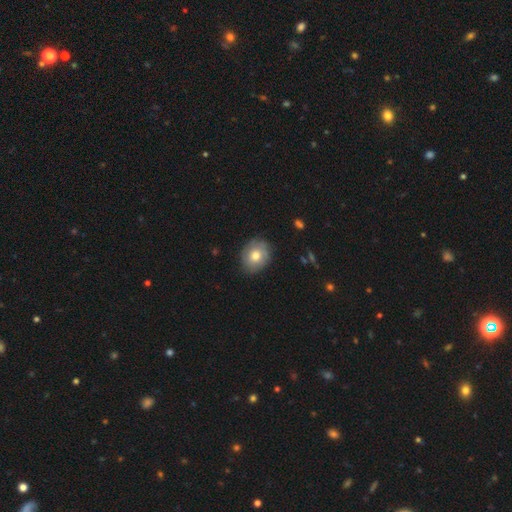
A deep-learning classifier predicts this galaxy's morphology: type=smooth (73%); roundness=round (59%); merging=none (83%).